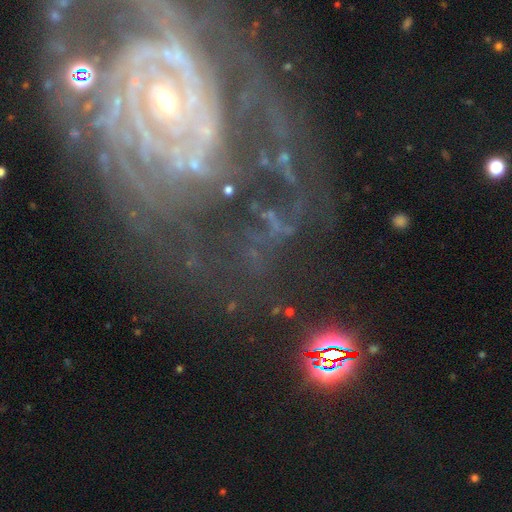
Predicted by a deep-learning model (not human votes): A featured or disk galaxy (57%) with no bar (60%), spiral arms (75%) and a small central bulge (49%). Merging: none (51%).